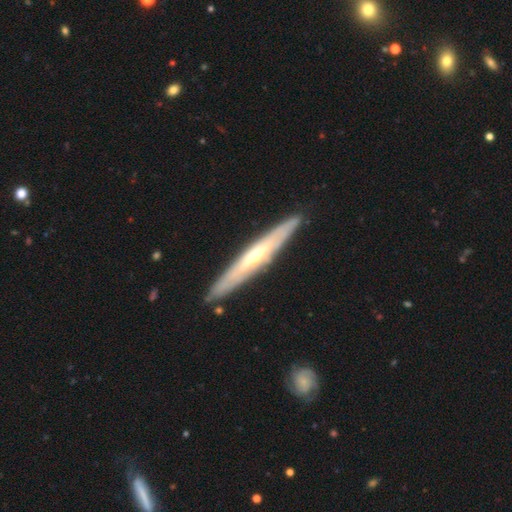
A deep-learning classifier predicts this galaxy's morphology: smooth-or-featured: featured or disk: 71% | smooth: 24% | star or artifact: 5%
  disk-edge-on: yes: 83% | no: 17%
    edge-on-bulge: rounded: 73% | none: 24% | boxy: 3%
  merging: none: 89% | minor disturbance: 8% | major disturbance: 2% | merger: 1%